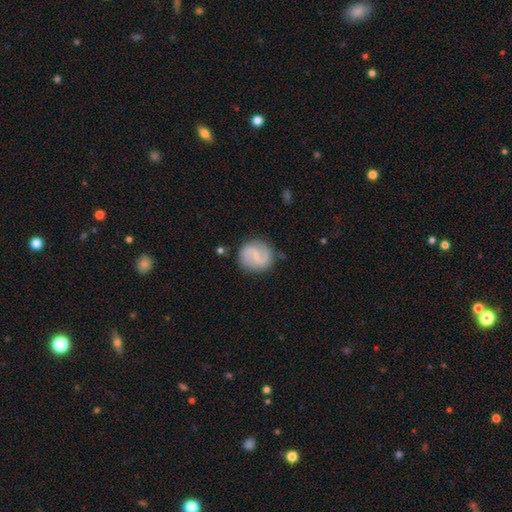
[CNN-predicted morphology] This is likely a featured or disk galaxy (77%). It is clearly not viewed edge-on (98%). Bar: possibly weak (55%). Spiral arm pattern: clearly yes (94%). Spiral arm count: clearly 2 (91%). Spiral winding: possibly medium (51%). Central bulge: likely small (64%). Merging: clearly none (84%).